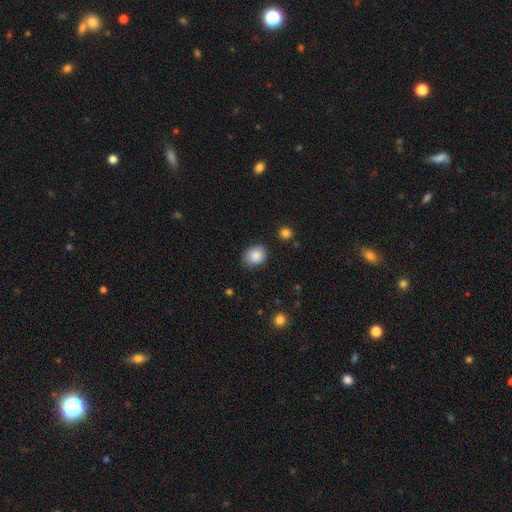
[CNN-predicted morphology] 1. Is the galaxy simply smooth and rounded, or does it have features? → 85% smooth, 8% star or artifact, 7% featured or disk.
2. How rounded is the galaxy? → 50% round, 49% in between, 1% cigar-shaped.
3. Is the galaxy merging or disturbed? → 73% none, 21% minor disturbance, 4% major disturbance, 2% merger.